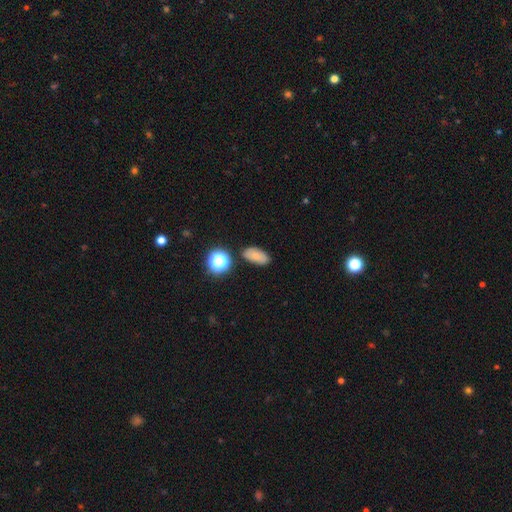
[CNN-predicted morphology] Smooth or featured? smooth (77%)
How rounded? in between (87%)
Merging? none (80%)